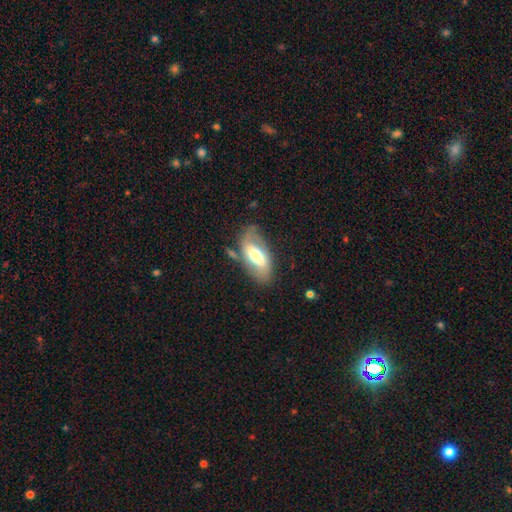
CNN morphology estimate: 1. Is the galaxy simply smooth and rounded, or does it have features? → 52% featured or disk, 41% smooth, 7% star or artifact.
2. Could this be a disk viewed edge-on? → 85% no, 15% yes.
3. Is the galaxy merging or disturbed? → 62% none, 23% minor disturbance, 10% major disturbance, 5% merger.